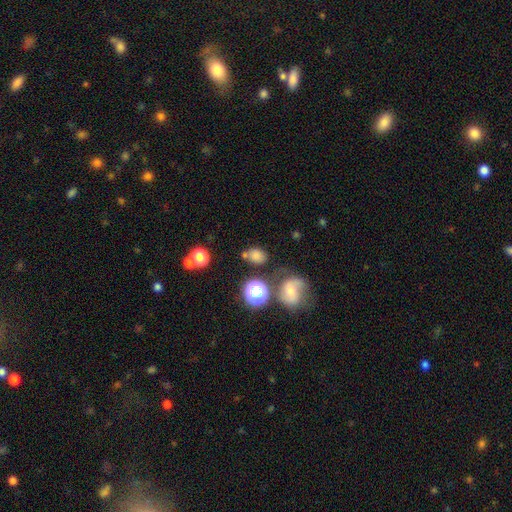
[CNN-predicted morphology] smooth-or-featured: smooth: 72% | star or artifact: 16% | featured or disk: 12%
  how-rounded: in between: 56% | round: 42% | cigar-shaped: 1%
  merging: none: 62% | minor disturbance: 18% | merger: 12% | major disturbance: 7%